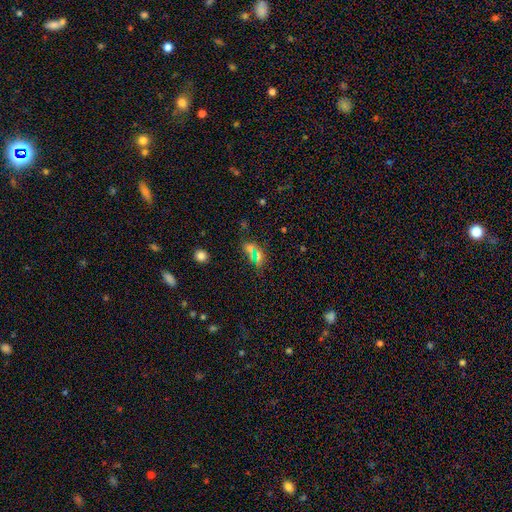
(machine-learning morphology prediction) A smooth galaxy with no disk features (46%).

Vote fractions:
- Smooth or featured? smooth: 46% / star or artifact: 40% / featured or disk: 13%
- Merging? none: 60% / merger: 18% / minor disturbance: 13% / major disturbance: 9%